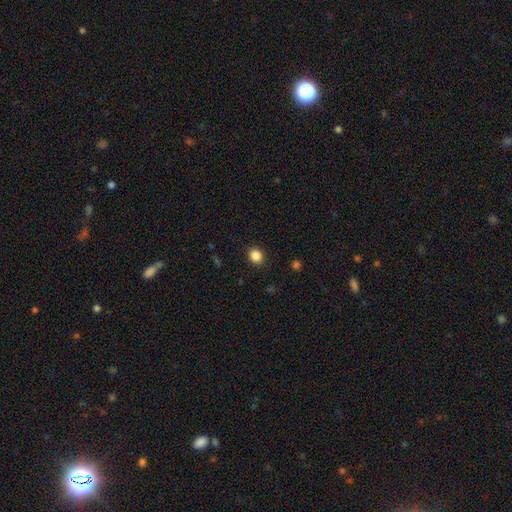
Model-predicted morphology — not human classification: smooth_or_featured: smooth (p=0.86) [alt: star or artifact p=0.11]
how_rounded: round (p=0.72) [alt: in between p=0.27]
merging: none (p=0.90) [alt: minor disturbance p=0.06]